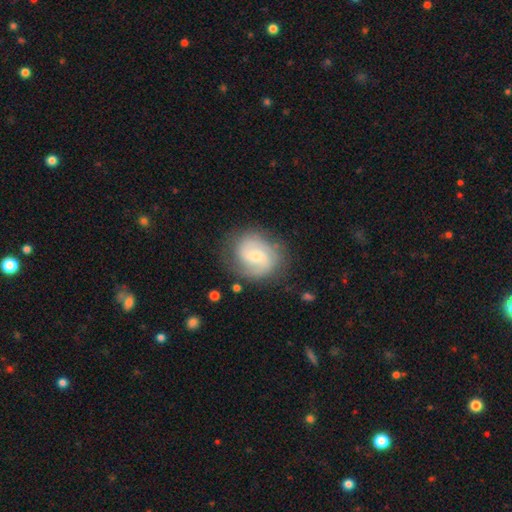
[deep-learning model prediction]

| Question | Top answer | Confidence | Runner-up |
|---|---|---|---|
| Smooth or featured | featured or disk | 74% | smooth (20%) |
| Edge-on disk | no | 98% | yes (2%) |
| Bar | weak | 47% | no (45%) |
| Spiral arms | yes | 94% | no (6%) |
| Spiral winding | medium | 48% | tight (31%) |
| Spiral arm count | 2 | 76% | can't tell (10%) |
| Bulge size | small | 48% | moderate (44%) |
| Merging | none | 75% | minor disturbance (16%) |